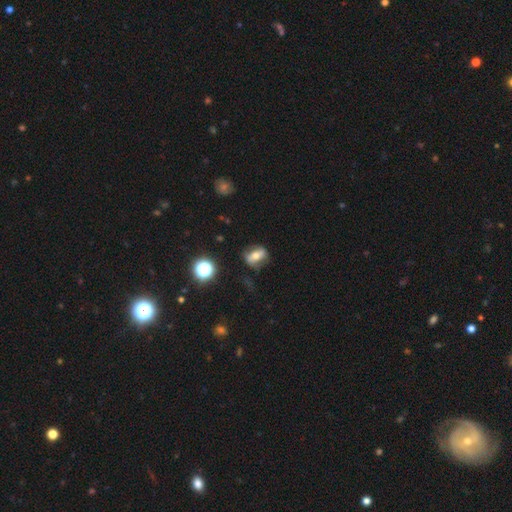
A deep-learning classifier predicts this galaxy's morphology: smooth-or-featured: smooth: 51% | featured or disk: 37% | star or artifact: 13%
  how-rounded: in between: 71% | round: 21% | cigar-shaped: 8%
  merging: none: 67% | minor disturbance: 21% | major disturbance: 10% | merger: 2%